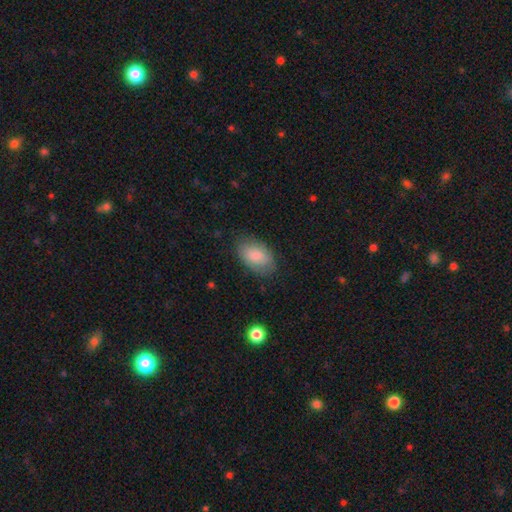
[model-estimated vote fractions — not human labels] Overall: smooth (82%). How rounded: in between (91%). Merging: none (77%).